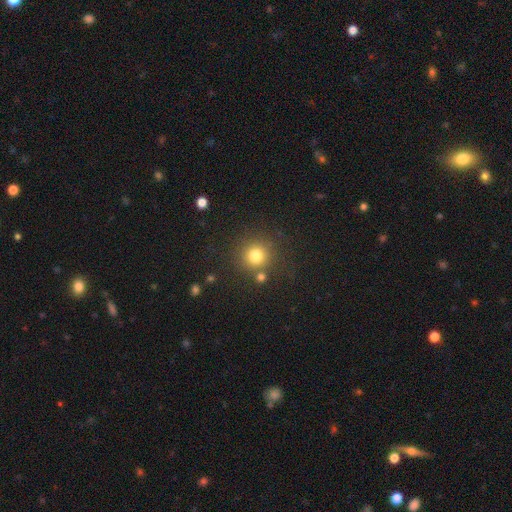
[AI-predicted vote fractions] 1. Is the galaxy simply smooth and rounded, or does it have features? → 79% smooth, 14% star or artifact, 7% featured or disk.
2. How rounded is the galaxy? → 93% round, 6% in between, 1% cigar-shaped.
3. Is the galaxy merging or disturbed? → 79% none, 9% merger, 8% minor disturbance, 4% major disturbance.